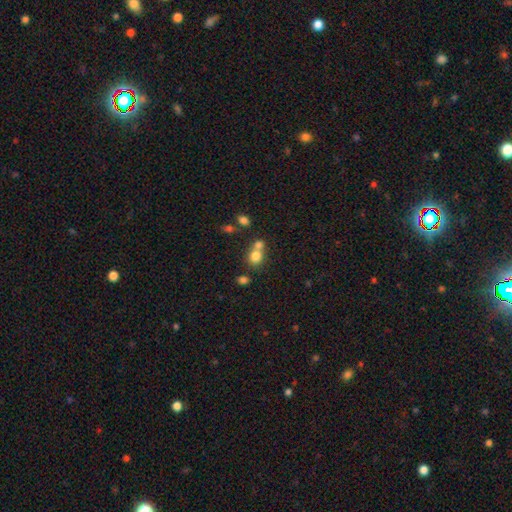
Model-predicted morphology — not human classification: type=smooth (77%); roundness=round (65%); merging=merger (51%).